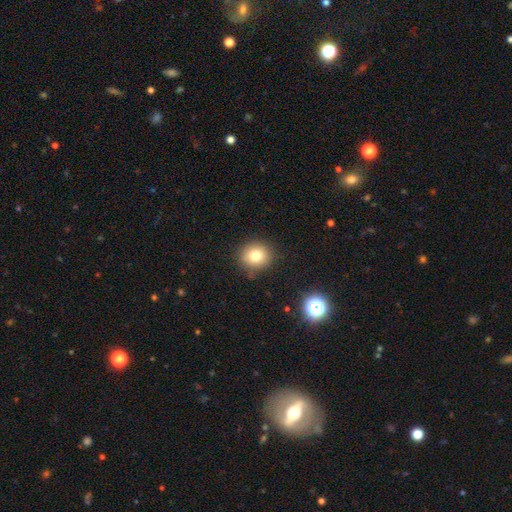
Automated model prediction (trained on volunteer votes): Morphology: type=smooth (78%); roundness=round (83%); merging=none (85%).